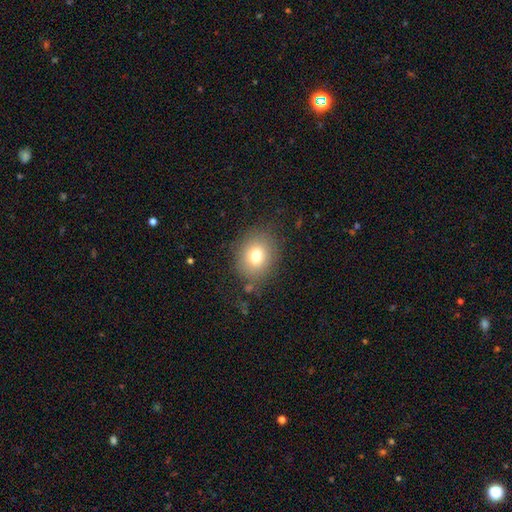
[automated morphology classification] This appears to be a smooth galaxy with no disk features (76%) that is round (56%). Merging: none (80%).